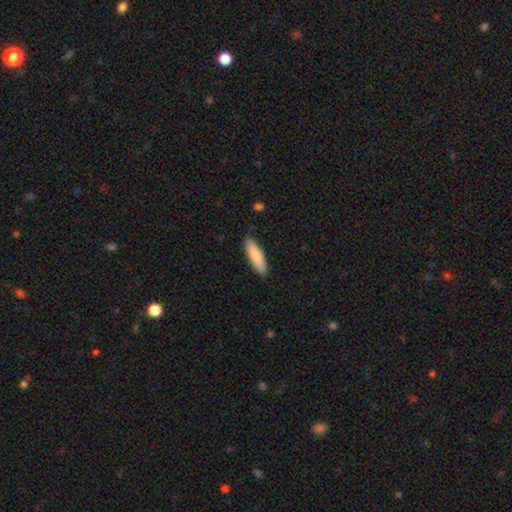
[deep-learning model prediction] Smooth or featured? smooth (83%)
How rounded? cigar-shaped (54%)
Merging? none (88%)